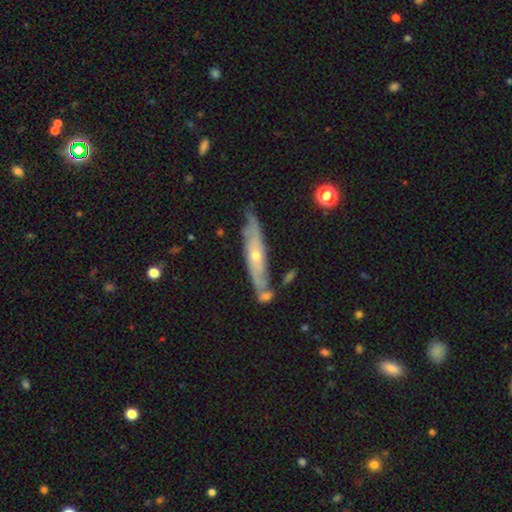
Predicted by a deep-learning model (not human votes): Smooth or featured? featured or disk (66%)
Edge-on disk? yes (52%)
Merging? none (63%)